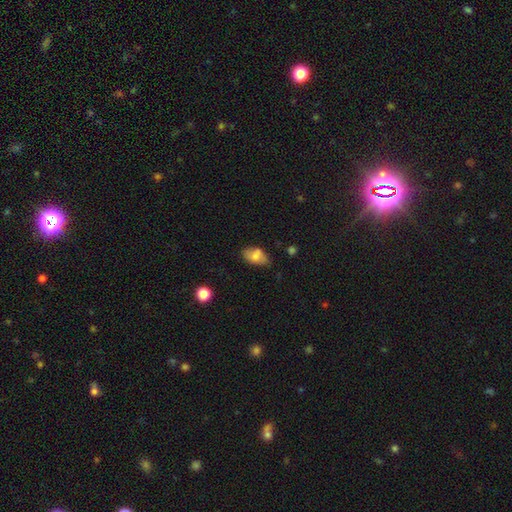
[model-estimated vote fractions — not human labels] Morphology: type=smooth (70%); roundness=in between (90%); merging=none (62%).